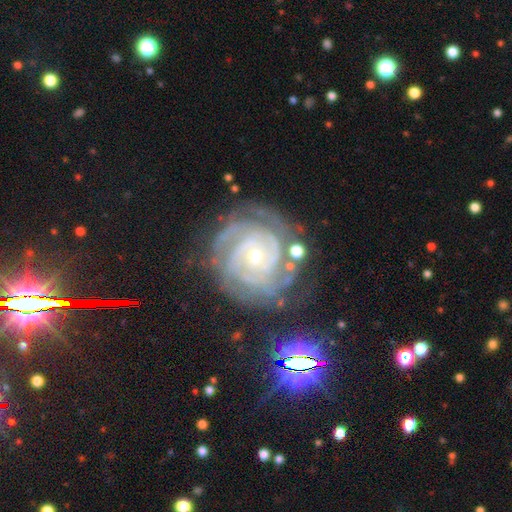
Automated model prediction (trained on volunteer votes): This is clearly a featured or disk galaxy (89%). It is clearly not viewed edge-on (98%). Bar: likely no (68%). Spiral arm pattern: clearly yes (97%). Spiral arm count: marginally 3 (27%). Spiral winding: likely tight (77%). Central bulge: possibly small (53%). Merging: likely none (68%).